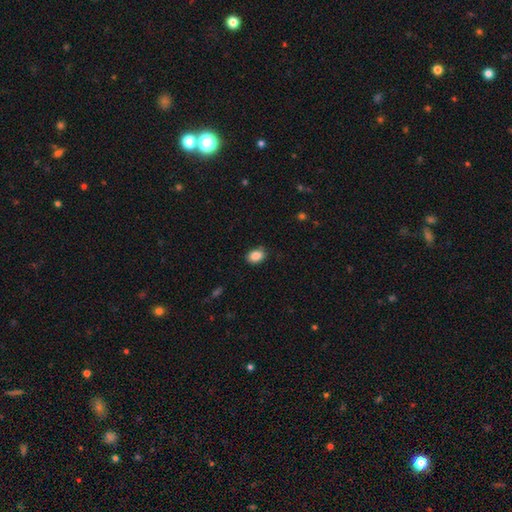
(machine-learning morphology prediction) A smooth galaxy with no disk features (88%) that is in between round and cigar-shaped (76%). Merging: none (83%).